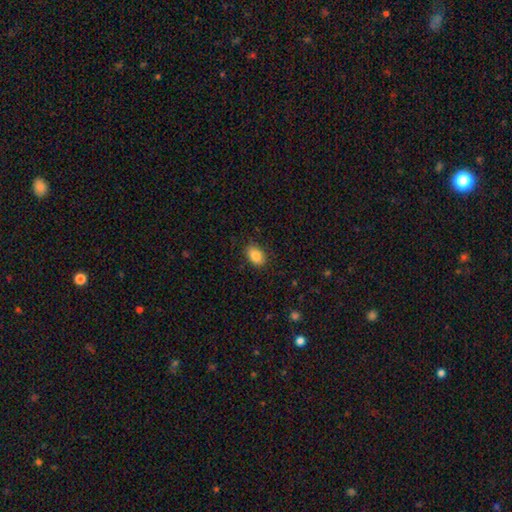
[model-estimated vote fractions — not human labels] The model was most divided on "merging": none: 85%, minor disturbance: 12%, major disturbance: 3%, merger: 1%. More confident: how rounded — in between (86%); smooth or featured — smooth (86%).